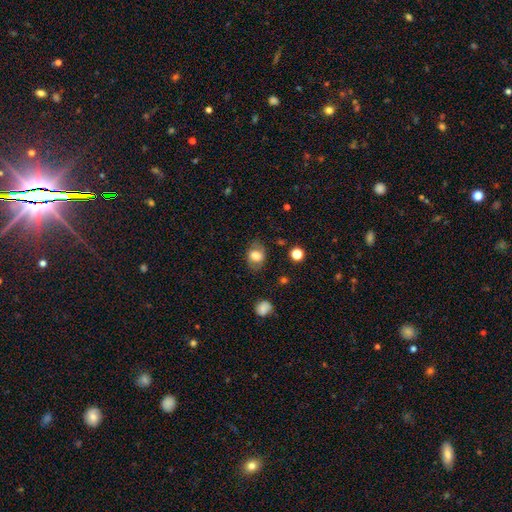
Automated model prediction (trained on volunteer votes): Overall: smooth (72%). How rounded: in between (65%; round 34%). Merging: none (73%).